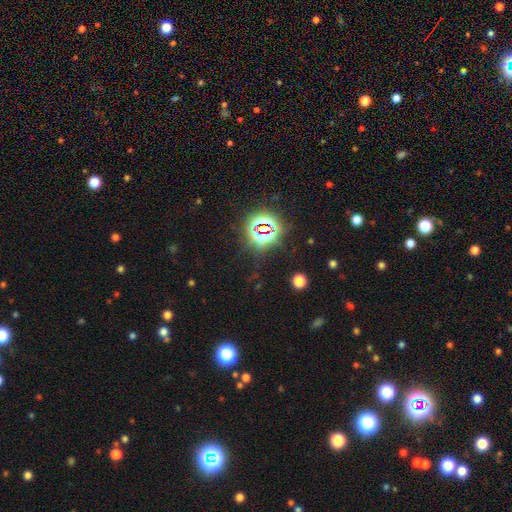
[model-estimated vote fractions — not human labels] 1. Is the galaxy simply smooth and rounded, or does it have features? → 79% star or artifact, 14% smooth, 7% featured or disk.